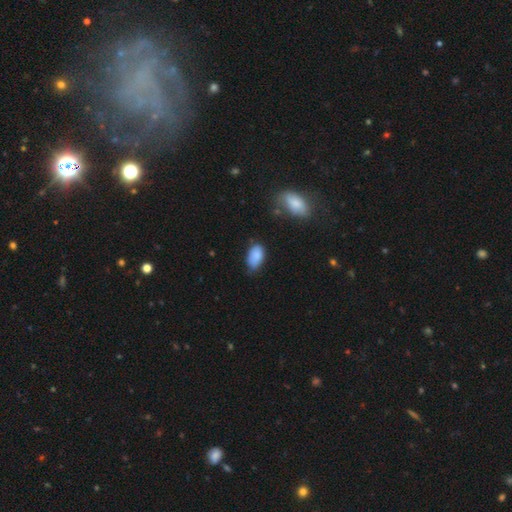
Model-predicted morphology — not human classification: Smooth or featured: smooth — 86% (star or artifact — 7%)
How rounded: in between — 93% (round — 5%)
Merging: none — 63% (minor disturbance — 30%)